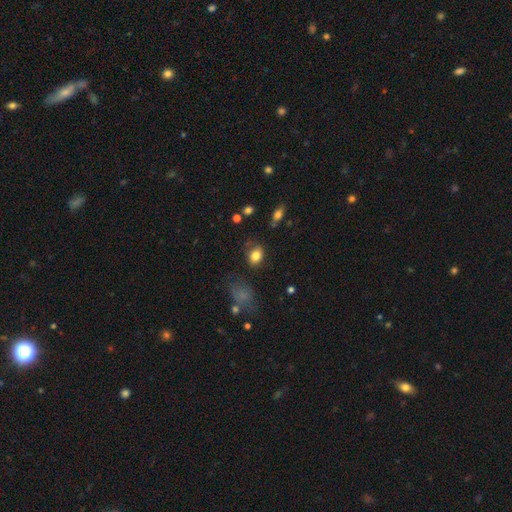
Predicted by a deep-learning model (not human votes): Morphology: type=smooth (83%); roundness=in between (66%); merging=none (70%).